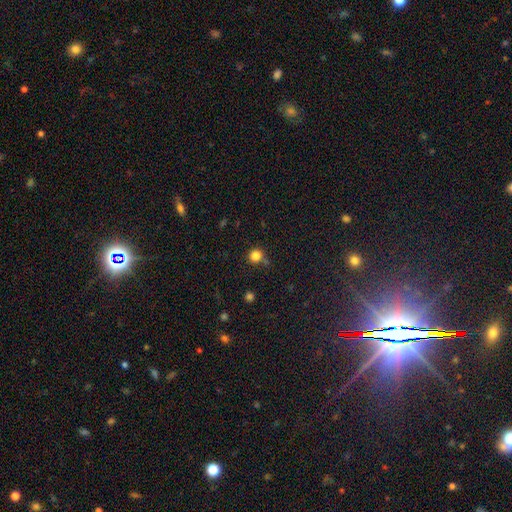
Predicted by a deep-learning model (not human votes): Overall: smooth (83%). How rounded: round (91%). Merging: none (75%).